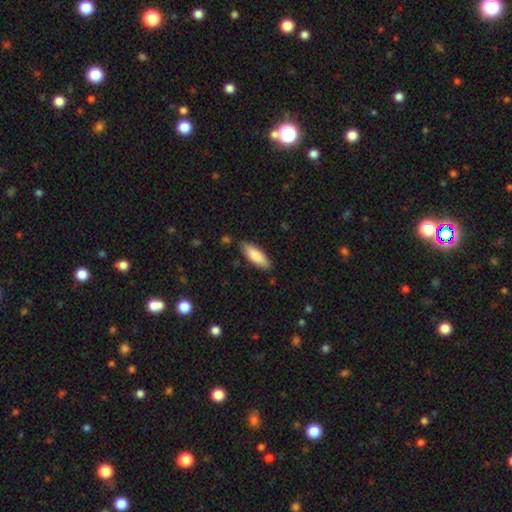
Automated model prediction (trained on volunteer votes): smooth_or_featured: smooth (p=0.83) [alt: featured or disk p=0.12]
how_rounded: in between (p=0.65) [alt: cigar-shaped p=0.34]
merging: none (p=0.83) [alt: minor disturbance p=0.13]